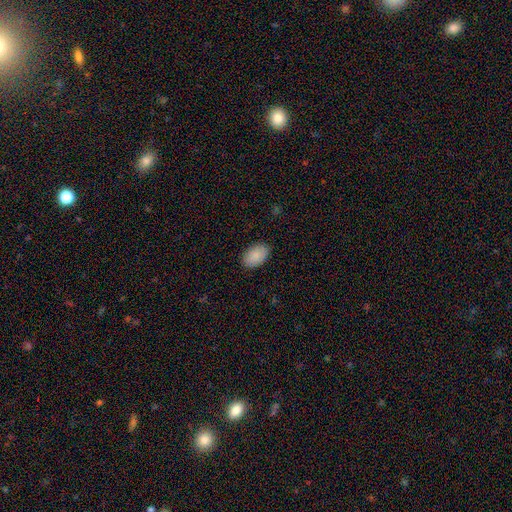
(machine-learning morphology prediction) smooth-or-featured: smooth: 89% | star or artifact: 6% | featured or disk: 5%
  how-rounded: in between: 92% | round: 7% | cigar-shaped: 1%
  merging: none: 88% | minor disturbance: 9% | major disturbance: 2% | merger: 1%